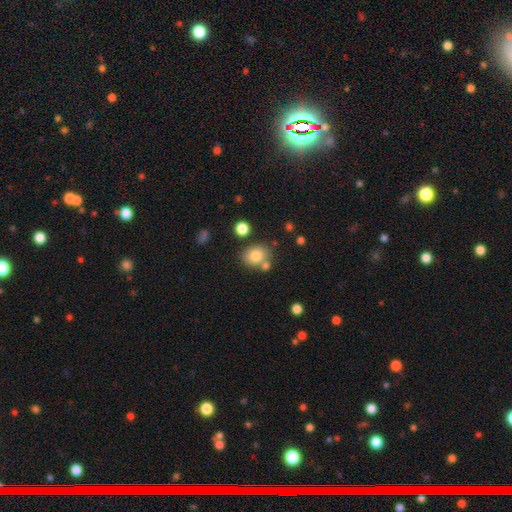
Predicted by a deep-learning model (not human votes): This appears to be a smooth galaxy with no disk features (79%) that is round (60%). Merging: none (66%).